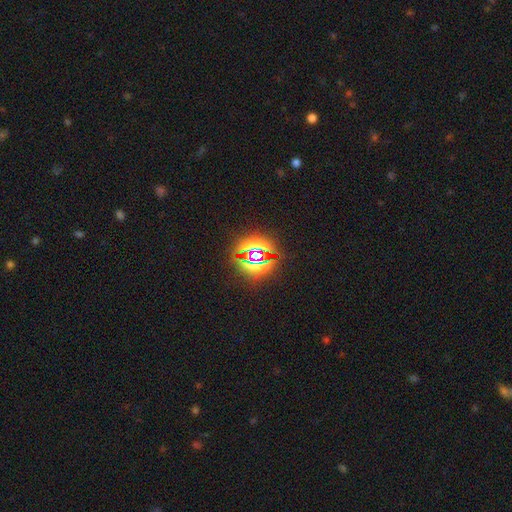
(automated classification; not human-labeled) smooth-or-featured: star or artifact: 76% | smooth: 14% | featured or disk: 10%